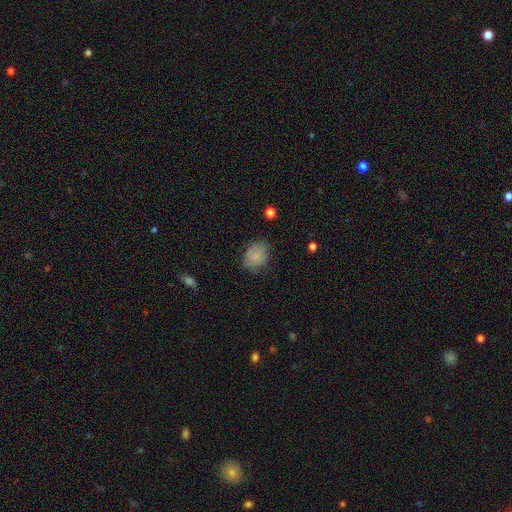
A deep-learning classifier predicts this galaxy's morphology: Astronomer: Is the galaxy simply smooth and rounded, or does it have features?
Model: smooth — 73%.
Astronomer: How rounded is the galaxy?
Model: in between — 65%.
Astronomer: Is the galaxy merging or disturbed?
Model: none — 70%.